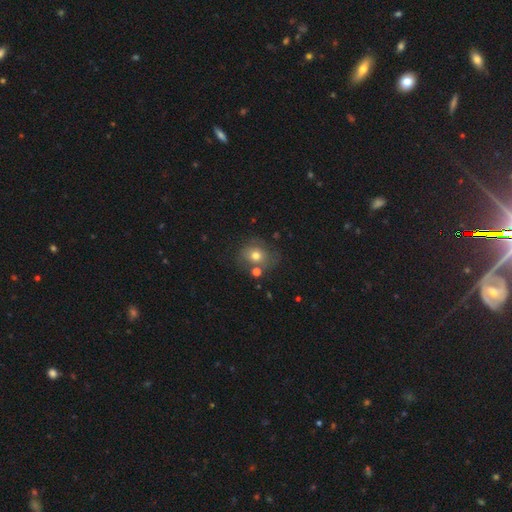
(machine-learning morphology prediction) Smooth or featured: smooth — 67% (featured or disk — 20%)
How rounded: round — 73% (in between — 26%)
Merging: none — 63% (minor disturbance — 18%)